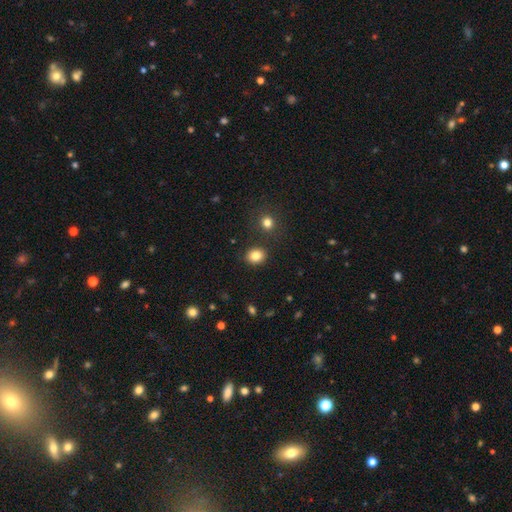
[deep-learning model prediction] Smooth or featured? Predicted: smooth (p=0.84). How rounded? Predicted: round (p=0.64). Merging? Predicted: none (p=0.86).